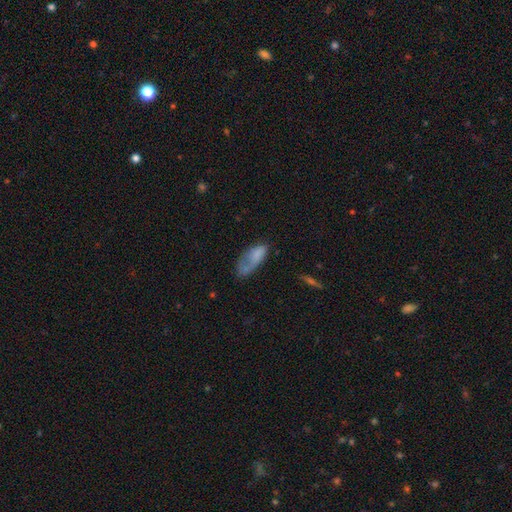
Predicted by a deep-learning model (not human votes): A smooth galaxy with no disk features (69%) that is in between round and cigar-shaped (86%). Merging: major disturbance (32%).